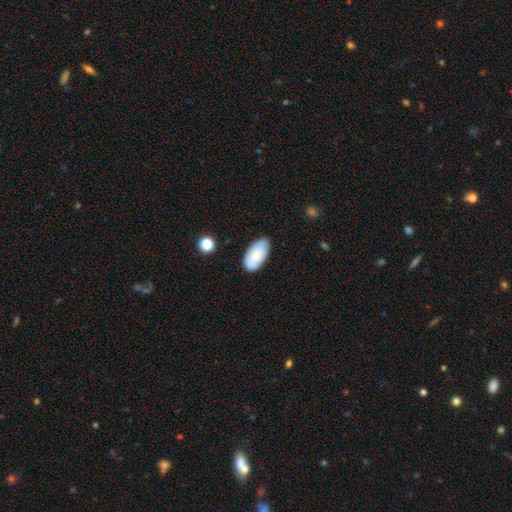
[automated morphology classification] smooth_or_featured: smooth (p=0.73) [alt: featured or disk p=0.21]
how_rounded: in between (p=0.95) [alt: round p=0.03]
merging: none (p=0.78) [alt: minor disturbance p=0.18]